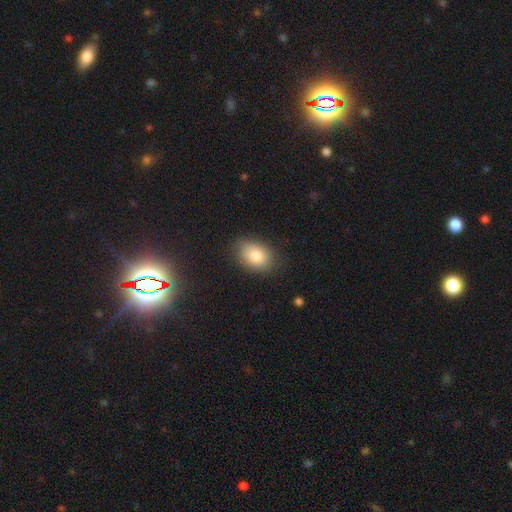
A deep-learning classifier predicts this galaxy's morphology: Smooth or featured? smooth (81%)
How rounded? in between (77%)
Merging? none (82%)